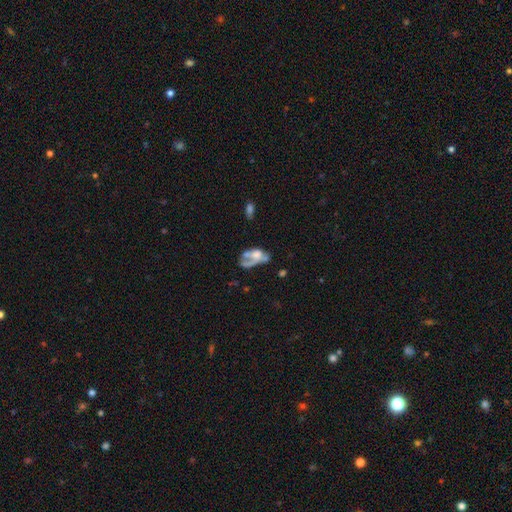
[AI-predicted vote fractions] This appears to be a featured or disk galaxy (49%). Merging: major disturbance (35%).